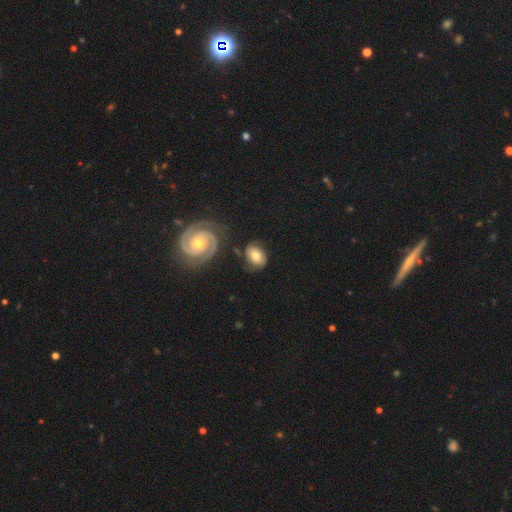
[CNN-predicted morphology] A smooth galaxy with no disk features (53%) that is in between round and cigar-shaped (65%). Merging: none (70%).